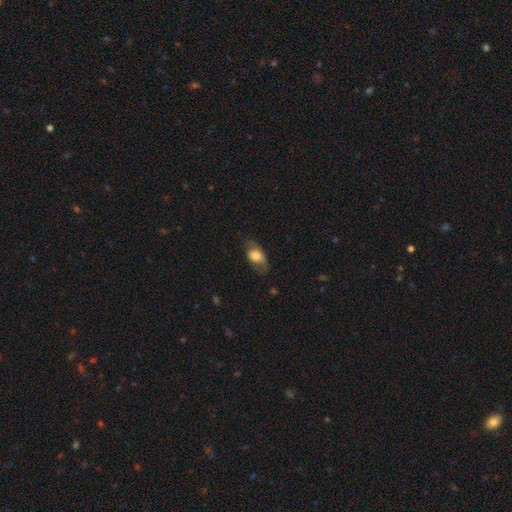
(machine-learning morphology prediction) type=smooth (64%); roundness=in between (85%); merging=none (61%).